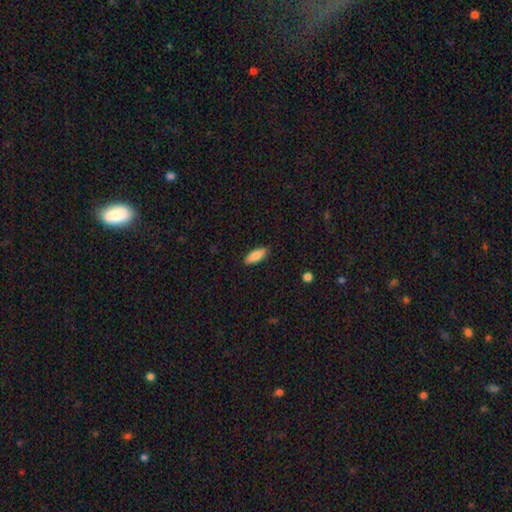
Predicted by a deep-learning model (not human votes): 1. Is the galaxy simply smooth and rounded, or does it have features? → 84% smooth, 10% featured or disk, 6% star or artifact.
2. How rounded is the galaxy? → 72% in between, 26% cigar-shaped, 2% round.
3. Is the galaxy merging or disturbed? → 88% none, 9% minor disturbance, 2% major disturbance, 1% merger.